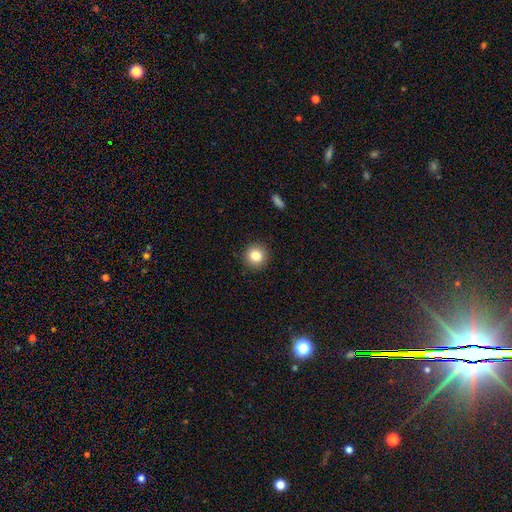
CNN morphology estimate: A smooth galaxy with no disk features (83%) that is round (93%). Merging: none (91%).